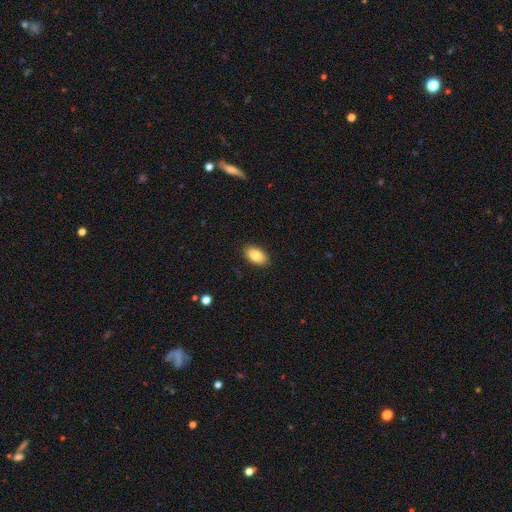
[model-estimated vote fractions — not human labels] Q: Smooth or featured?
A: smooth (83%); runner-up: featured or disk (10%)
Q: How rounded?
A: in between (93%); runner-up: round (6%)
Q: Merging?
A: none (89%); runner-up: minor disturbance (8%)